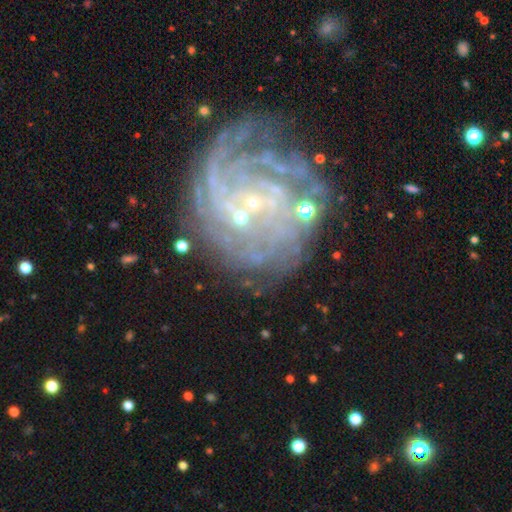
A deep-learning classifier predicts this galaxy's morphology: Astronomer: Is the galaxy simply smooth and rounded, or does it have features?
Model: featured or disk — 82%.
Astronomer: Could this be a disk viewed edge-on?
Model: no — 98%.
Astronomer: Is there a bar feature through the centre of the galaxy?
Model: no — 66%.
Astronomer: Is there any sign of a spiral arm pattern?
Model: yes — 94%.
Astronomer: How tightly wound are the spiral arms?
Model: tight — 71%.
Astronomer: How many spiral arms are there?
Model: more than 4 — 26% (runner-up: can't tell, 25%).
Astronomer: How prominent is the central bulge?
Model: small — 84%.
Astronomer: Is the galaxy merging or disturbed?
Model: none — 66%.